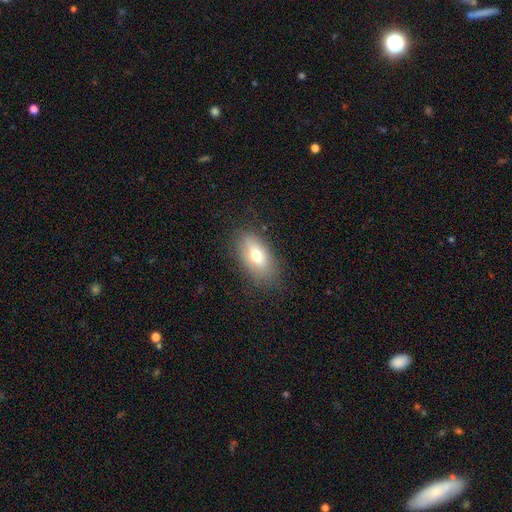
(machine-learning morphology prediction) This is likely a smooth galaxy (71%). How rounded: clearly in between (88%). Merging: likely none (80%).